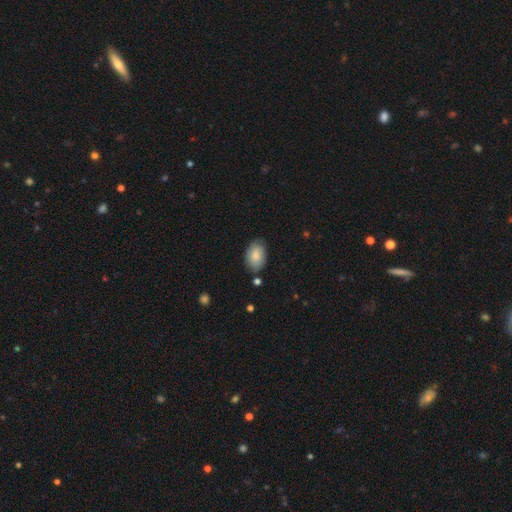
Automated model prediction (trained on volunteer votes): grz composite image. It shows a smooth galaxy with no disk features (84%) that is in between round and cigar-shaped (89%). Merging: none (75%).